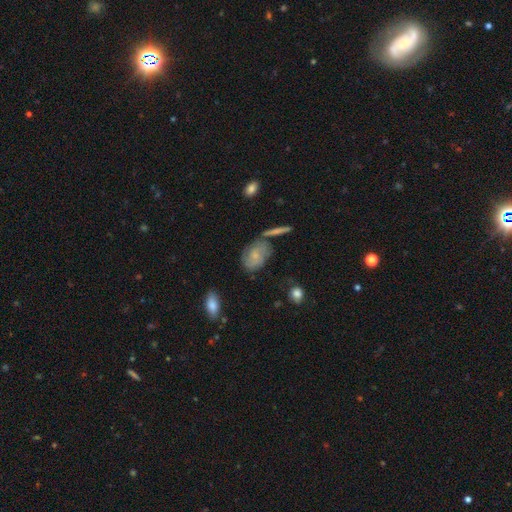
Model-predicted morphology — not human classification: Smooth or featured: smooth — 49% (featured or disk — 41%)
Merging: none — 59% (minor disturbance — 23%)